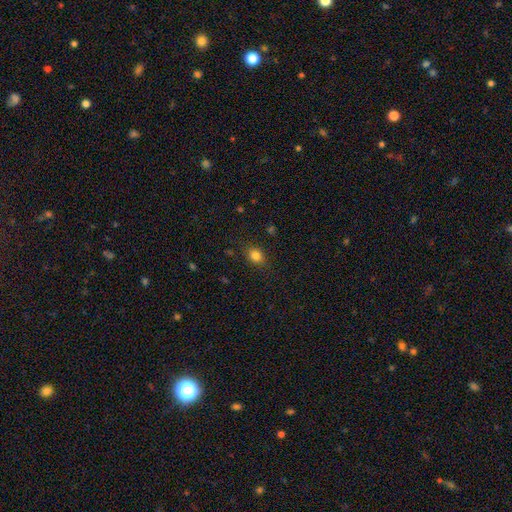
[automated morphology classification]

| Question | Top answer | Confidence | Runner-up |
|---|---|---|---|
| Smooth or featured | smooth | 81% | star or artifact (12%) |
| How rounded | round | 53% | in between (46%) |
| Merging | none | 84% | minor disturbance (12%) |